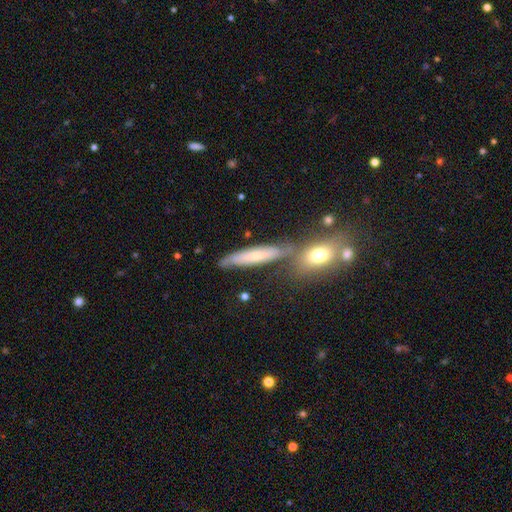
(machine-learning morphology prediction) smooth 50%, featured or disk 41%, star or artifact 9%. Down the decision tree: merging — none (63%).